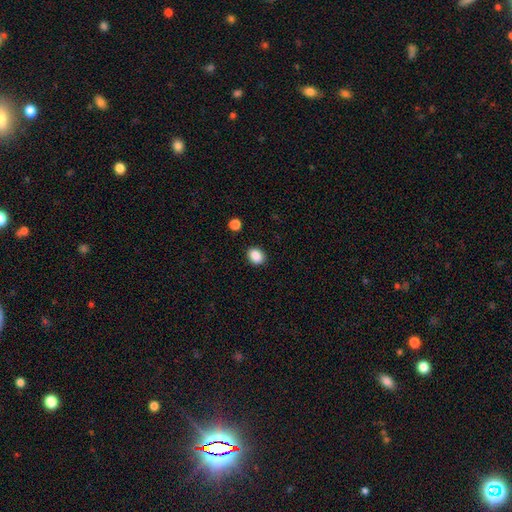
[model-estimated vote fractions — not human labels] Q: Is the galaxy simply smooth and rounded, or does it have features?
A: smooth — 88%.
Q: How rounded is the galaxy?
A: in between — 60%.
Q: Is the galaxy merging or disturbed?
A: none — 88%.